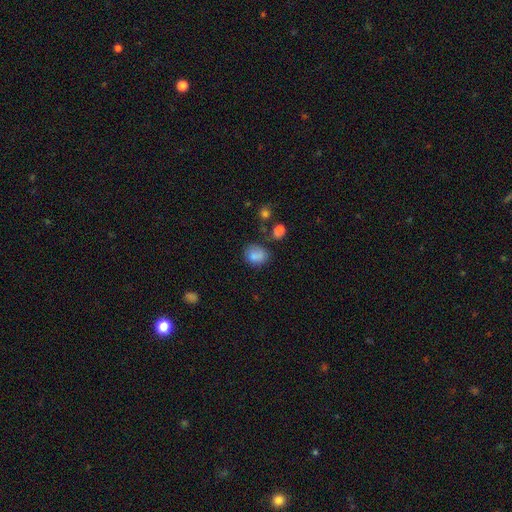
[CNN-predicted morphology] This is clearly a smooth galaxy (81%). How rounded: possibly round (55%). Merging: likely none (60%).